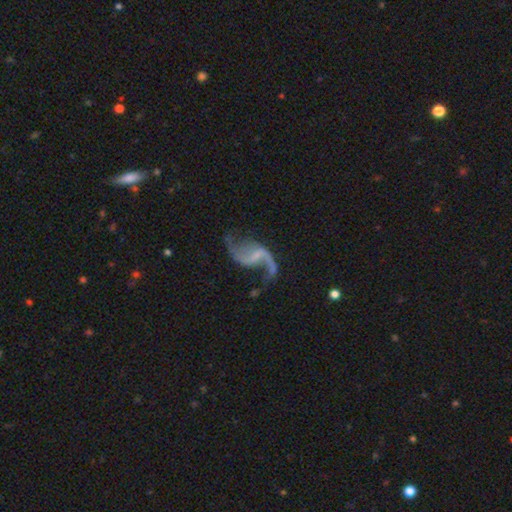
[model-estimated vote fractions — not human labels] smooth_or_featured: featured or disk (p=0.89) [alt: star or artifact p=0.06]
disk_edge_on: no (p=0.98) [alt: yes p=0.02]
bar: weak (p=0.45) [alt: no p=0.28]
has_spiral_arms: yes (p=0.95) [alt: no p=0.05]
spiral_winding: loose (p=0.87) [alt: medium p=0.10]
spiral_arm_count: 2 (p=0.91) [alt: 1 p=0.04]
bulge_size: none (p=0.56) [alt: small p=0.35]
merging: none (p=0.66) [alt: minor disturbance p=0.16]